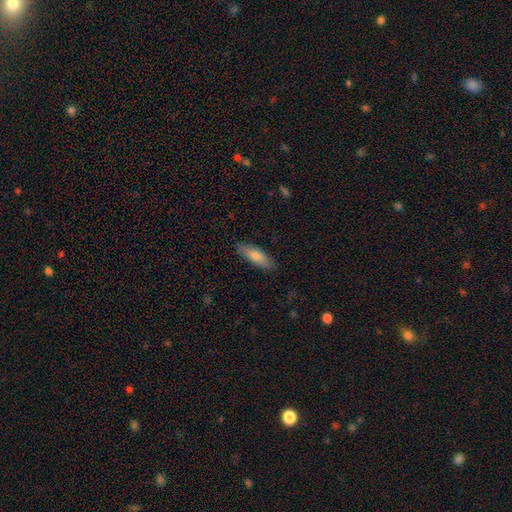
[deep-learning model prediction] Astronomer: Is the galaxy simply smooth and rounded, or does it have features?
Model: smooth — 71%.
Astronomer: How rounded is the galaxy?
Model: cigar-shaped — 52% (runner-up: in between, 46%).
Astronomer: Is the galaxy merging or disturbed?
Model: none — 87%.